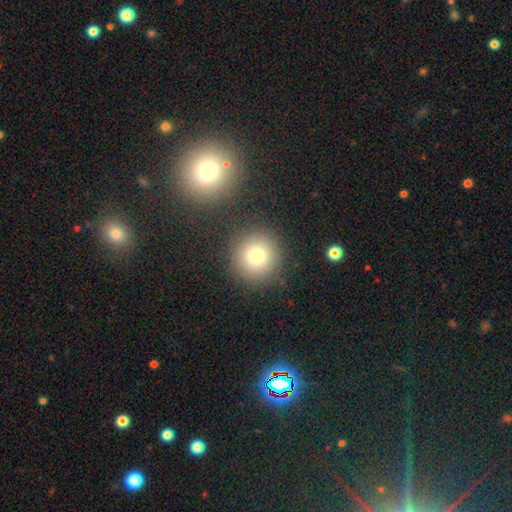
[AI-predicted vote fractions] Overall: smooth (78%). How rounded: round (93%). Merging: none (86%).